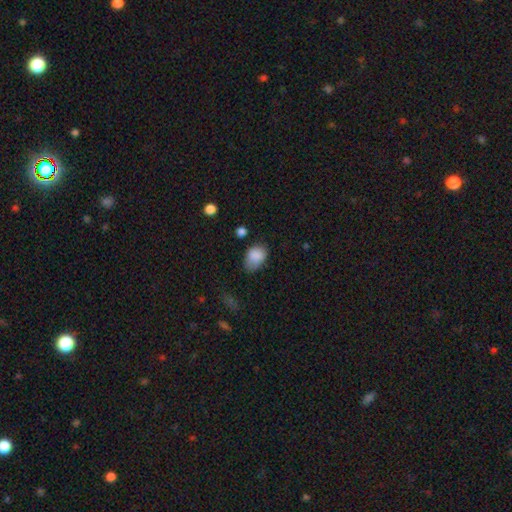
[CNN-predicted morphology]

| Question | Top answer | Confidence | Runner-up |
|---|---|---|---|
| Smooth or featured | smooth | 86% | star or artifact (8%) |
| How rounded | in between | 78% | round (21%) |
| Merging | none | 54% | minor disturbance (35%) |